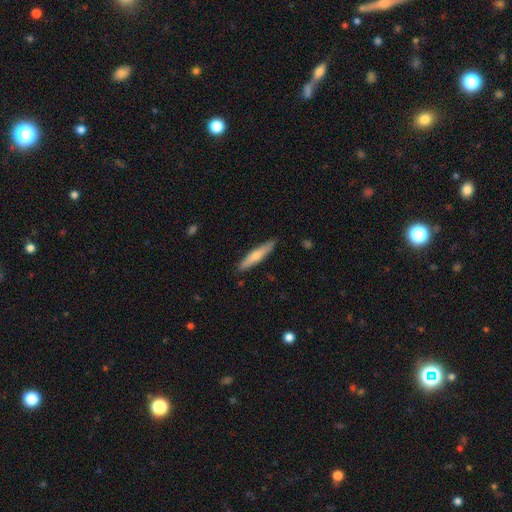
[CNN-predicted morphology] smooth_or_featured: smooth (p=0.60) [alt: featured or disk p=0.35]
how_rounded: cigar-shaped (p=0.88) [alt: in between p=0.10]
merging: none (p=0.89) [alt: minor disturbance p=0.08]